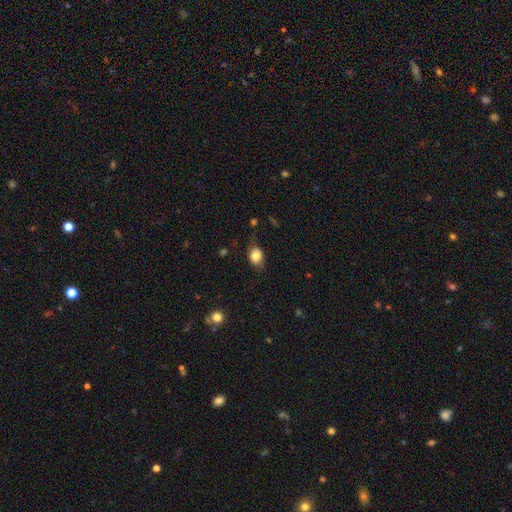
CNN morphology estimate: Smooth or featured?
  - smooth: 79% *
  - featured or disk: 13%
  - star or artifact: 8%
How rounded?
  - in between: 72% *
  - round: 26%
  - cigar-shaped: 2%
Merging?
  - none: 66% *
  - minor disturbance: 24%
  - major disturbance: 8%
  - merger: 2%